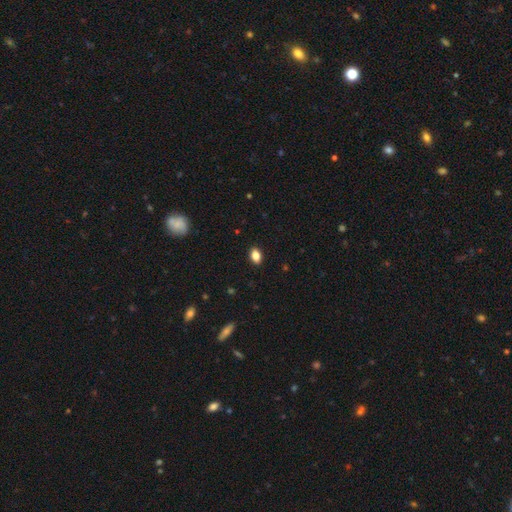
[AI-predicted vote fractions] The model was most divided on "how rounded": in between: 83%, round: 15%, cigar-shaped: 2%. More confident: merging — none (89%); smooth or featured — smooth (85%).